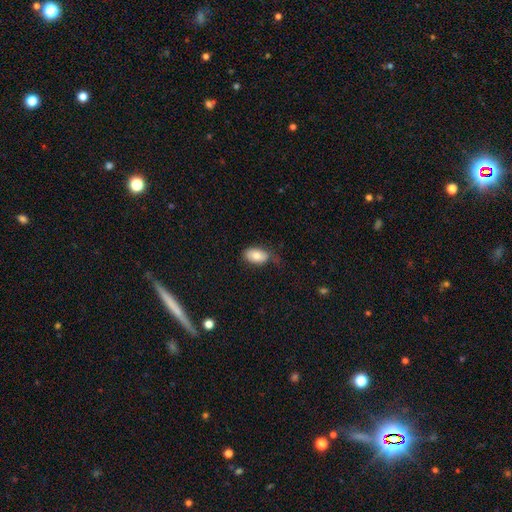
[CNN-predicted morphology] This is likely a smooth galaxy (79%). How rounded: clearly in between (92%). Merging: likely none (62%).